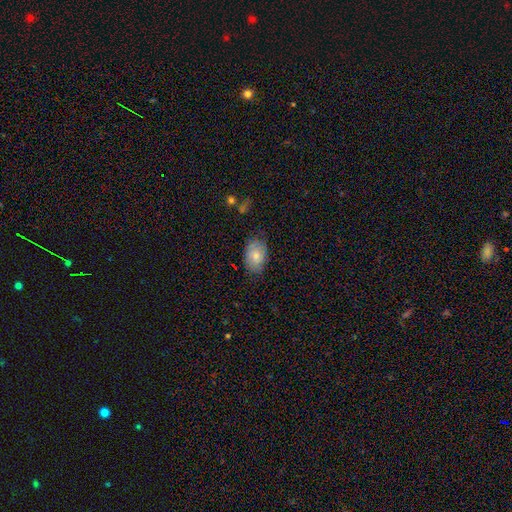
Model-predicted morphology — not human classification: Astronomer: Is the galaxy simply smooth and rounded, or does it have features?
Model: smooth — 73%.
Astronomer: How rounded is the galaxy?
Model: in between — 87%.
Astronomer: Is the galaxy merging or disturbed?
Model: none — 75%.